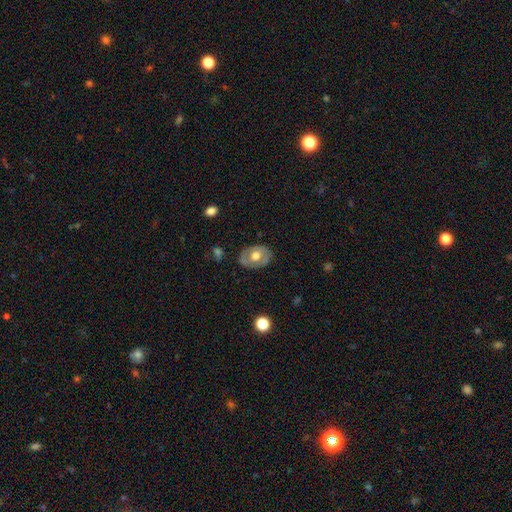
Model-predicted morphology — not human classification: This is possibly a smooth galaxy (48%). Merging: likely none (79%).